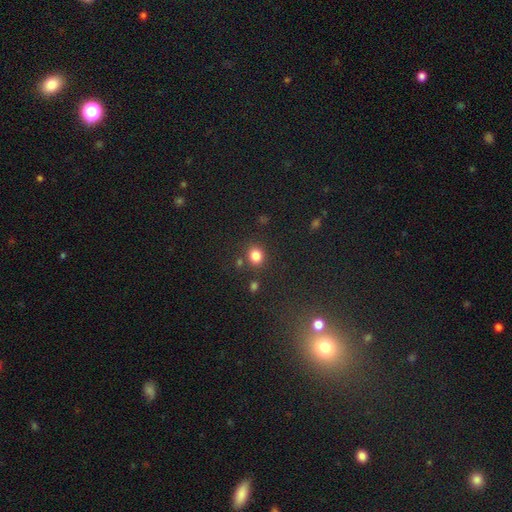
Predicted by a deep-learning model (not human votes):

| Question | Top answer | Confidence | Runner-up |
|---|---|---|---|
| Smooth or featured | smooth | 83% | star or artifact (13%) |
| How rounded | round | 69% | in between (30%) |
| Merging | none | 79% | minor disturbance (10%) |